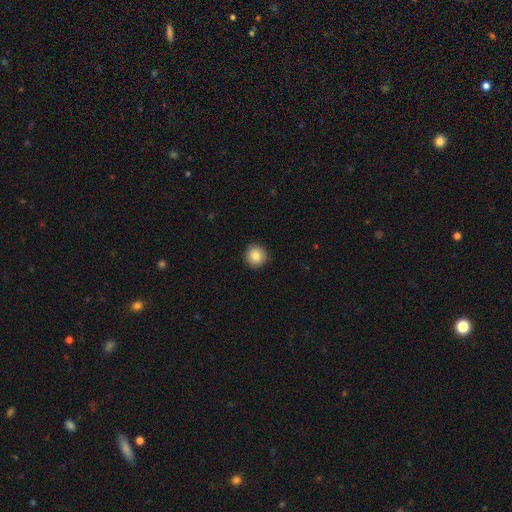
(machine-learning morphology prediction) smooth-or-featured: smooth: 84% | star or artifact: 9% | featured or disk: 7%
  how-rounded: round: 94% | in between: 5% | cigar-shaped: 1%
  merging: none: 91% | minor disturbance: 6% | major disturbance: 2% | merger: 1%